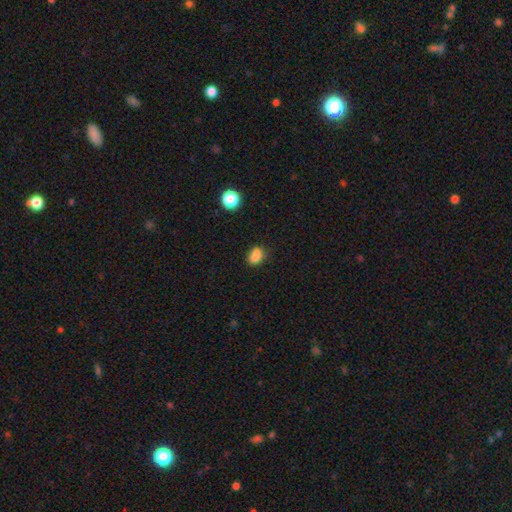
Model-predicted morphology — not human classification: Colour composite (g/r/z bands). It shows a smooth galaxy with no disk features (80%) that is in between round and cigar-shaped (64%). Merging: none (54%).